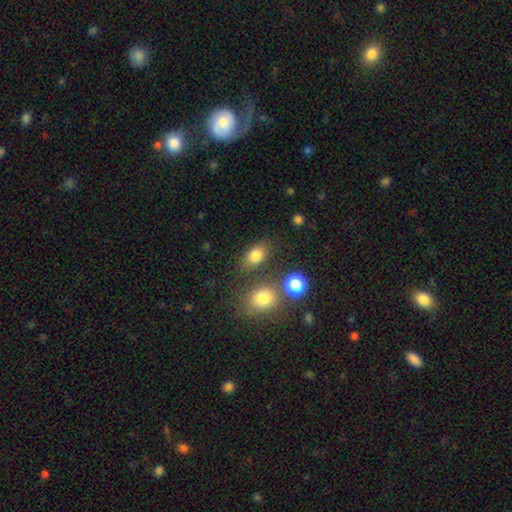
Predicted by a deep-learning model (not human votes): The model was most divided on "how rounded": in between: 78%, round: 20%, cigar-shaped: 2%. More confident: smooth or featured — smooth (79%); merging — none (72%).